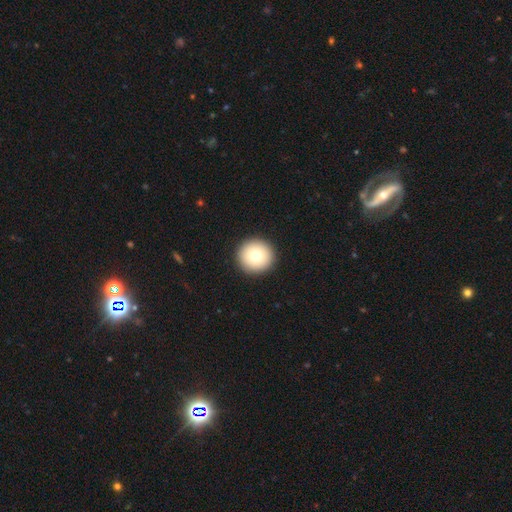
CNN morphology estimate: A smooth galaxy with no disk features (76%) that is round (95%).

Vote fractions:
- Smooth or featured? smooth: 76% / featured or disk: 14% / star or artifact: 10%
- How rounded? round: 95% / in between: 4% / cigar-shaped: 1%
- Merging? none: 93% / minor disturbance: 4% / major disturbance: 1% / merger: 1%